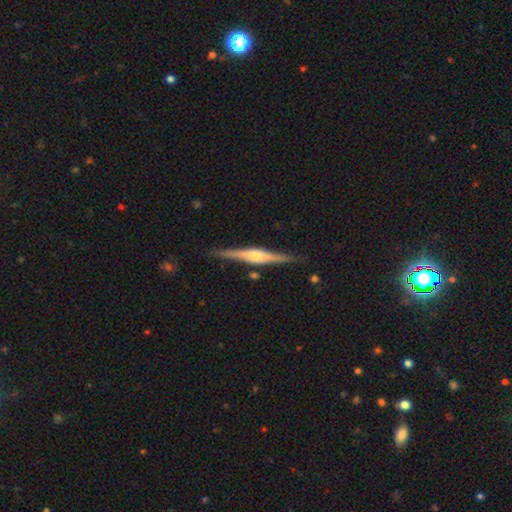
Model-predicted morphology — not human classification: This is likely a featured or disk galaxy (78%). It is clearly viewed edge-on (98%). Edge-on bulge: likely rounded (75%). Merging: clearly none (88%).